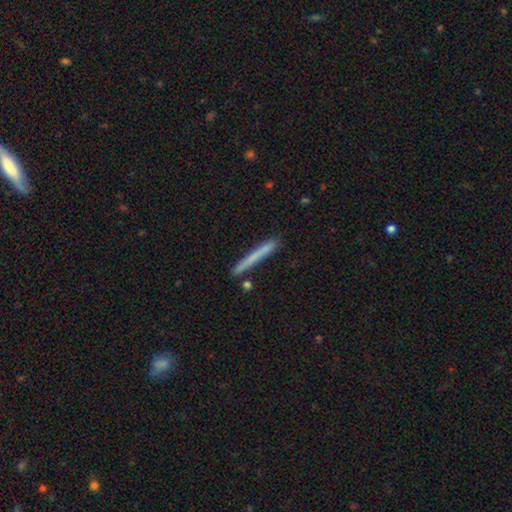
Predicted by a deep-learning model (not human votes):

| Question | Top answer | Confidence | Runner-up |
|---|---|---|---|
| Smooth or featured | smooth | 67% | featured or disk (27%) |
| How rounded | cigar-shaped | 97% | in between (2%) |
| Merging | none | 87% | minor disturbance (9%) |